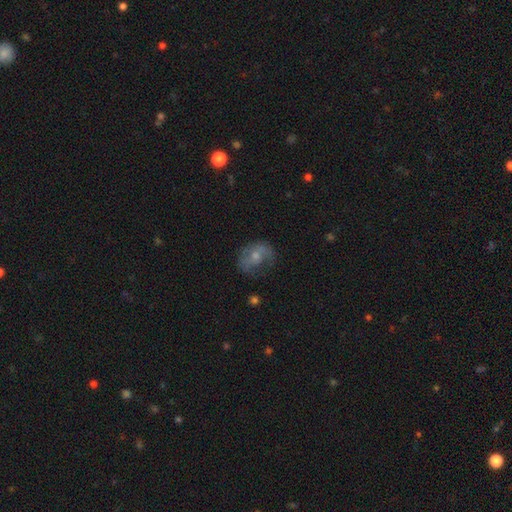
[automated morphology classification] Q: Smooth or featured?
A: featured or disk (48%); runner-up: smooth (42%)
Q: Merging?
A: none (50%); runner-up: minor disturbance (26%)